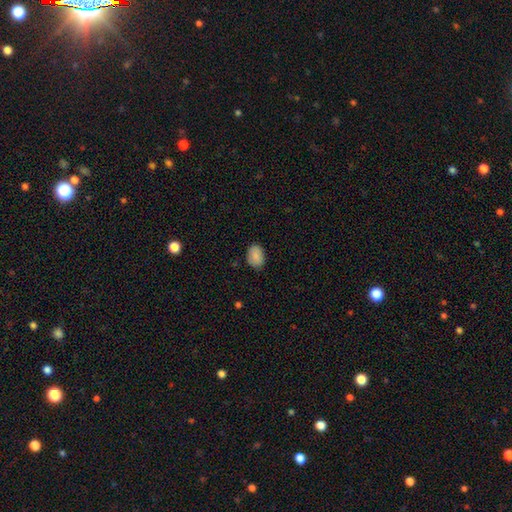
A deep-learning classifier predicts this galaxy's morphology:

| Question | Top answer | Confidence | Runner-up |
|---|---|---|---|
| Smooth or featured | smooth | 85% | star or artifact (8%) |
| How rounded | in between | 77% | round (22%) |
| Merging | none | 79% | minor disturbance (17%) |